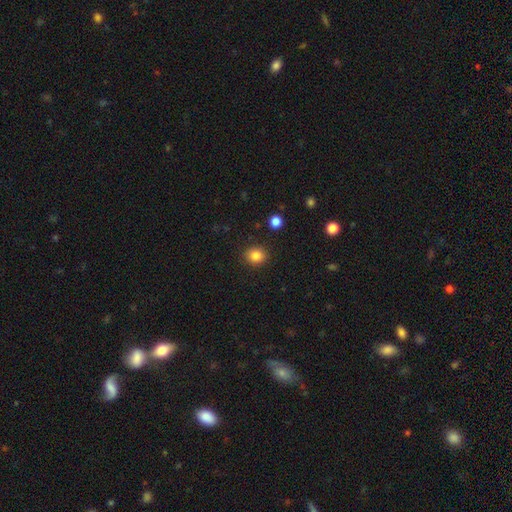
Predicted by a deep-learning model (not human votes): A smooth galaxy with no disk features (85%) that is round (78%).

Vote fractions:
- Smooth or featured? smooth: 85% / star or artifact: 10% / featured or disk: 5%
- How rounded? round: 78% / in between: 22% / cigar-shaped: 1%
- Merging? none: 90% / minor disturbance: 6% / major disturbance: 2% / merger: 1%